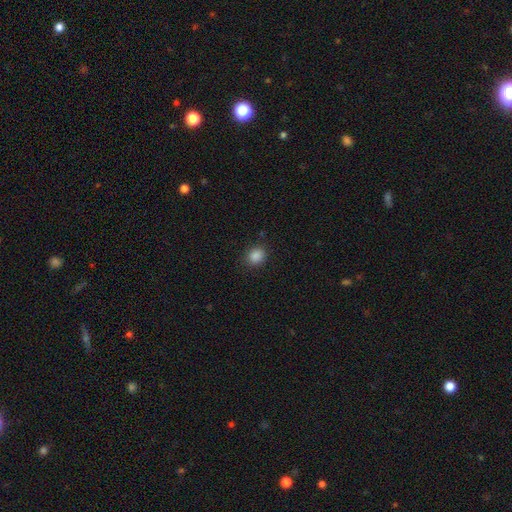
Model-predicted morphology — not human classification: Smooth or featured? smooth (86%)
How rounded? round (66%)
Merging? none (87%)